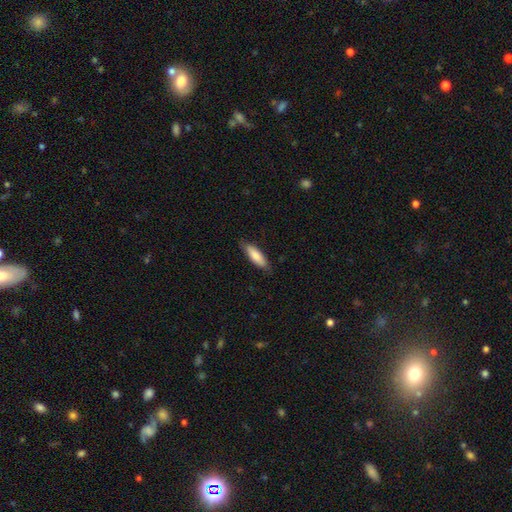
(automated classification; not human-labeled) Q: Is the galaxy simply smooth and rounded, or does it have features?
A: smooth — 80%.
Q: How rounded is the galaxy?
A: in between — 50%.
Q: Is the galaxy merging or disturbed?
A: none — 81%.